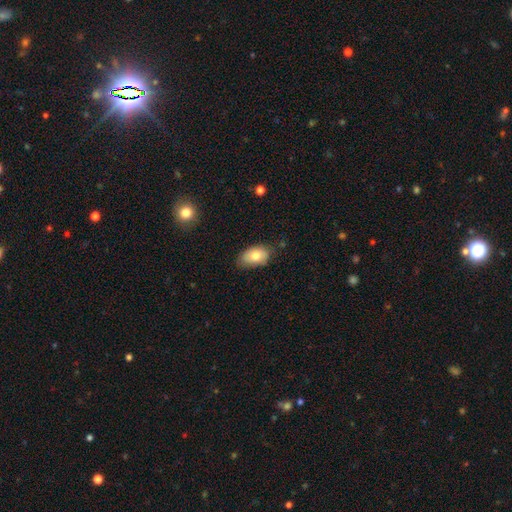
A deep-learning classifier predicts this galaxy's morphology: The model was most divided on "merging": none: 70%, minor disturbance: 24%, major disturbance: 4%, merger: 2%. More confident: how rounded — in between (91%); smooth or featured — smooth (76%).